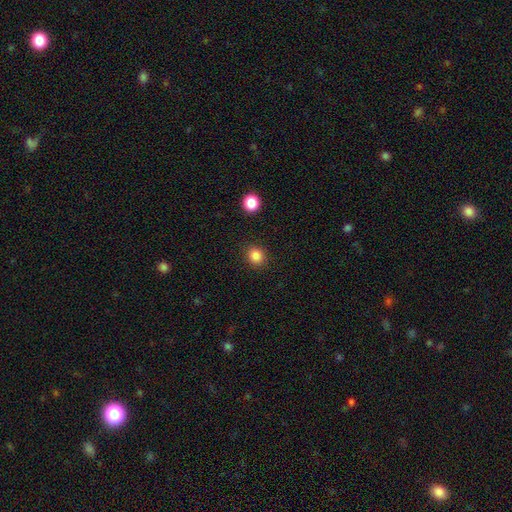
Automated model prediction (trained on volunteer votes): Smooth or featured: smooth — 85% (star or artifact — 11%)
How rounded: round — 78% (in between — 21%)
Merging: none — 89% (minor disturbance — 7%)